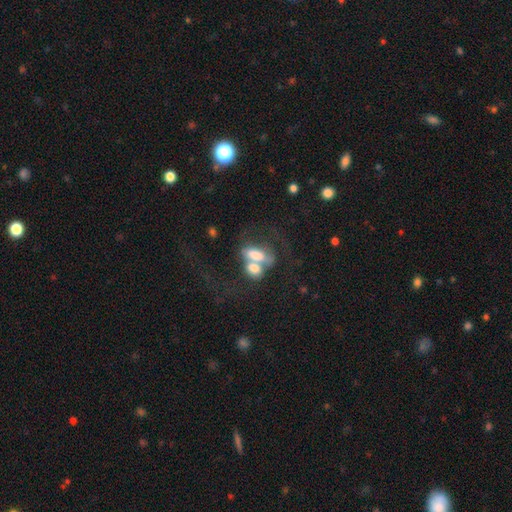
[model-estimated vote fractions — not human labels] Smooth or featured? smooth (62%)
How rounded? in between (84%)
Merging? merger (70%)